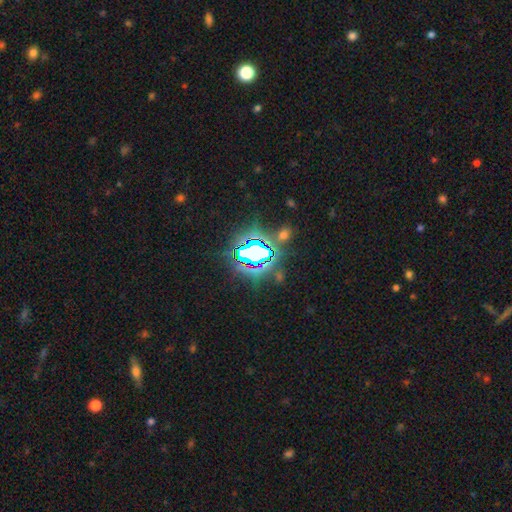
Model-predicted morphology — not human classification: This is likely a star or artifact rather than a galaxy (77%).